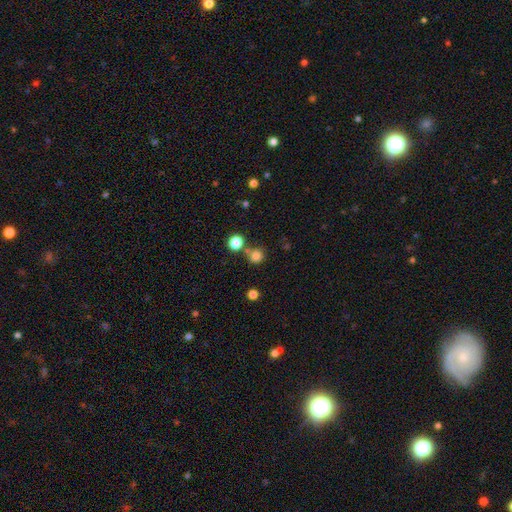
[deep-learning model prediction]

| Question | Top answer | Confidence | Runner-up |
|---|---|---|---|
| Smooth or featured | smooth | 80% | star or artifact (15%) |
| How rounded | round | 91% | in between (8%) |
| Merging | none | 66% | merger (21%) |